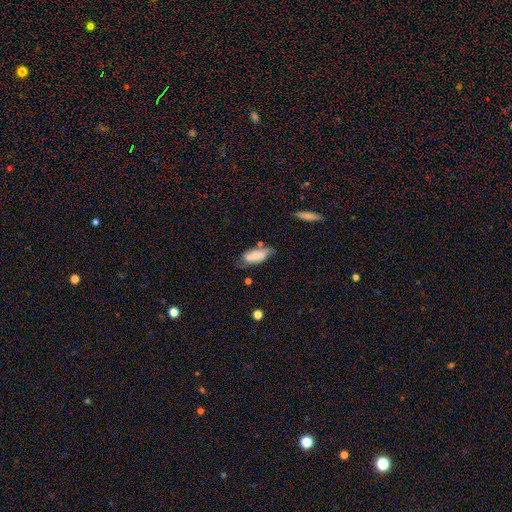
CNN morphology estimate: A smooth galaxy with no disk features (61%) that is in between round and cigar-shaped (84%). Merging: none (49%).